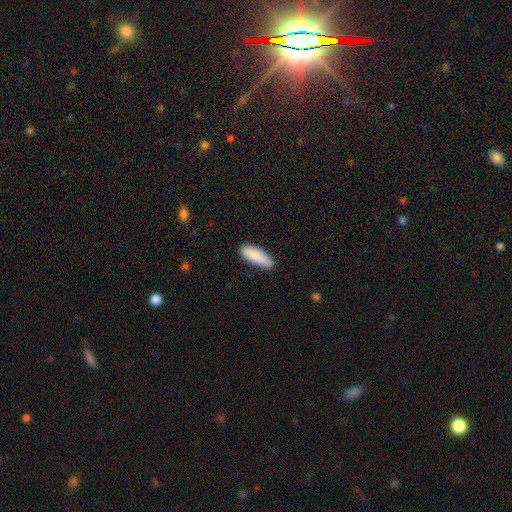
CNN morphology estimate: This appears to be a smooth galaxy with no disk features (90%) that is in between round and cigar-shaped (60%). Merging: none (87%).